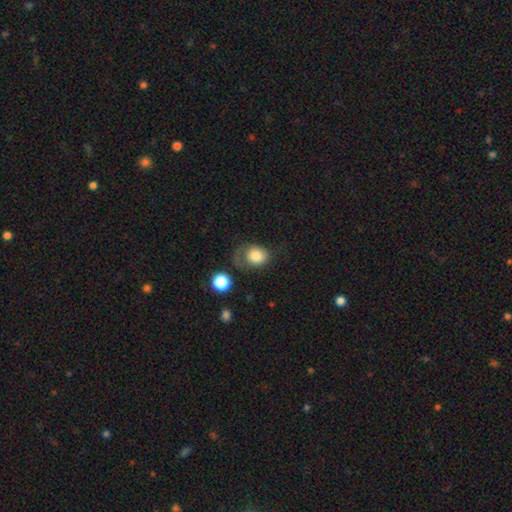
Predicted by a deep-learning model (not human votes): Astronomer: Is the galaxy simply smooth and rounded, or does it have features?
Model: smooth — 74%.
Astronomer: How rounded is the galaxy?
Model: round — 53% (runner-up: in between, 46%).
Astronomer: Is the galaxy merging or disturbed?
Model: none — 37% (runner-up: major disturbance, 32%).